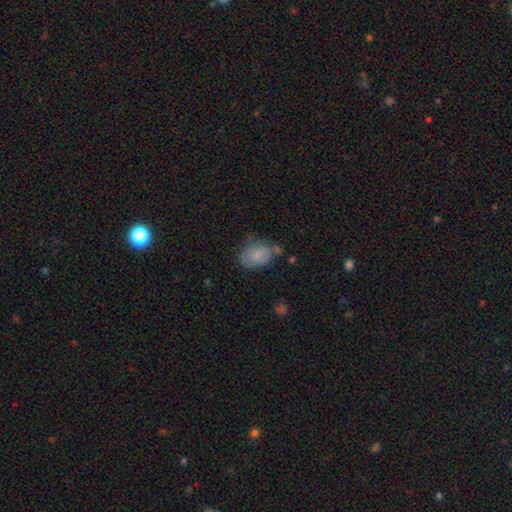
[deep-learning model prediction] Smooth or featured? smooth (79%)
How rounded? in between (84%)
Merging? none (48%)